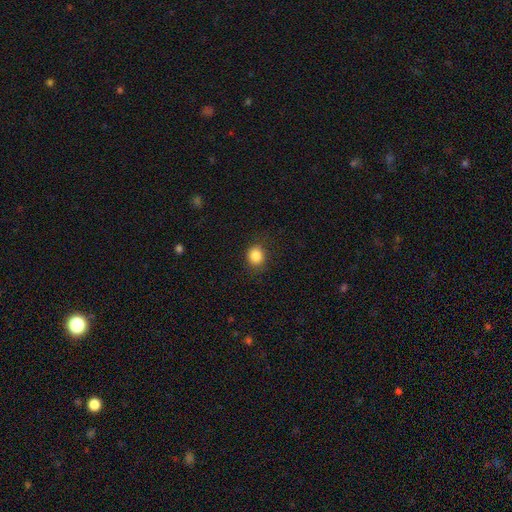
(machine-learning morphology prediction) Q: Smooth or featured?
A: smooth (86%); runner-up: star or artifact (10%)
Q: How rounded?
A: round (76%); runner-up: in between (23%)
Q: Merging?
A: none (84%); runner-up: minor disturbance (11%)